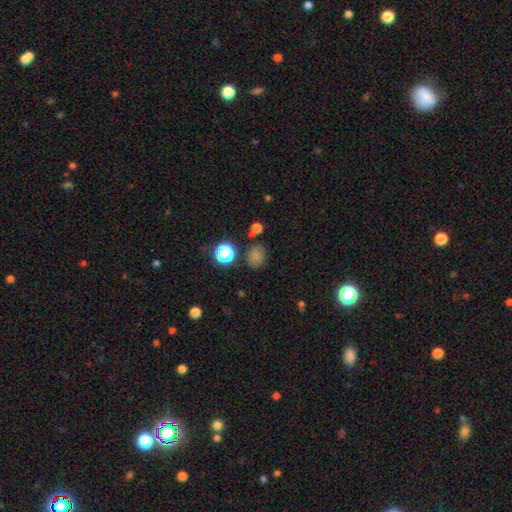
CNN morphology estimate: Smooth or featured? smooth (76%)
How rounded? round (67%)
Merging? none (75%)